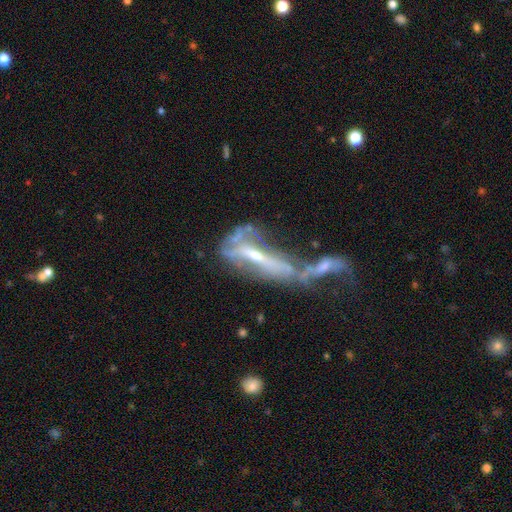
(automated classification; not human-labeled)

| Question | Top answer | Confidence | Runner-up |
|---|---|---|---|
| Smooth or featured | featured or disk | 70% | smooth (19%) |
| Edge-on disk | no | 71% | yes (29%) |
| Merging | merger | 61% | major disturbance (20%) |